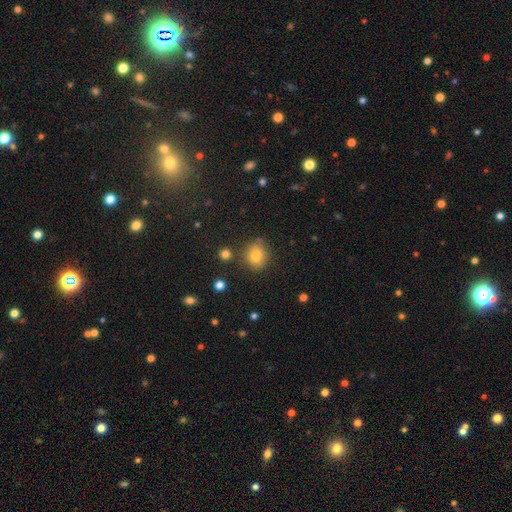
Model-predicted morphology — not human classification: smooth-or-featured: smooth: 78% | star or artifact: 12% | featured or disk: 9%
  how-rounded: round: 72% | in between: 27% | cigar-shaped: 1%
  merging: none: 78% | minor disturbance: 13% | merger: 5% | major disturbance: 3%